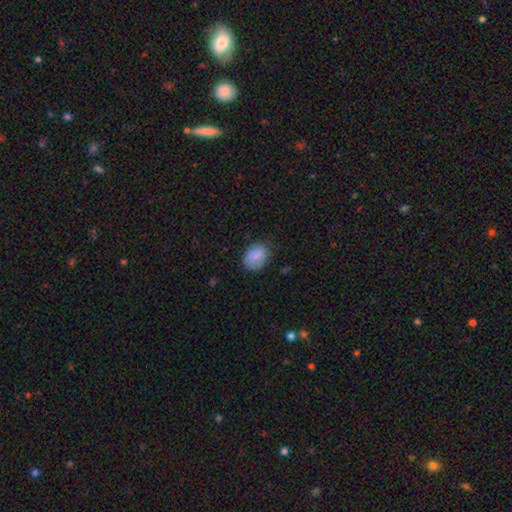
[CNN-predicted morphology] Smooth or featured? smooth (85%)
How rounded? in between (69%)
Merging? none (71%)